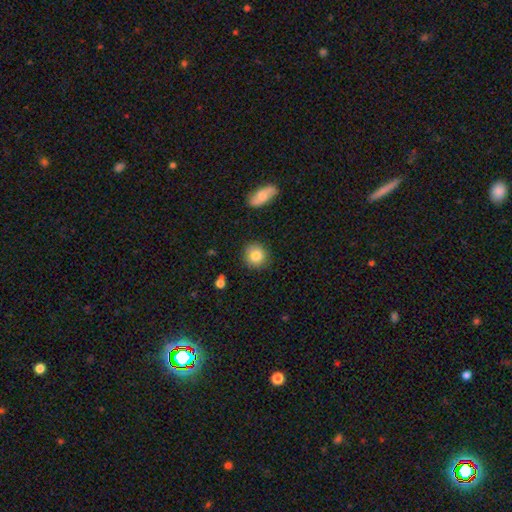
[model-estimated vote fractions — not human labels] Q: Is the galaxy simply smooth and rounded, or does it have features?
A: smooth — 84%.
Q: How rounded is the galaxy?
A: round — 87%.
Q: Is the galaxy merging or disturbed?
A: none — 85%.